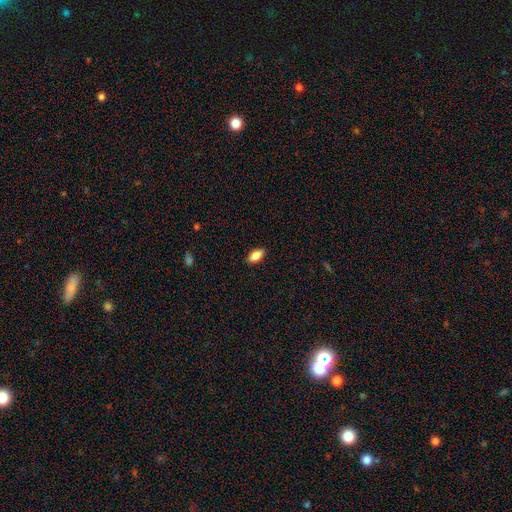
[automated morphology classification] Smooth or featured: smooth — 83% (featured or disk — 10%)
How rounded: in between — 85% (cigar-shaped — 12%)
Merging: none — 88% (minor disturbance — 9%)